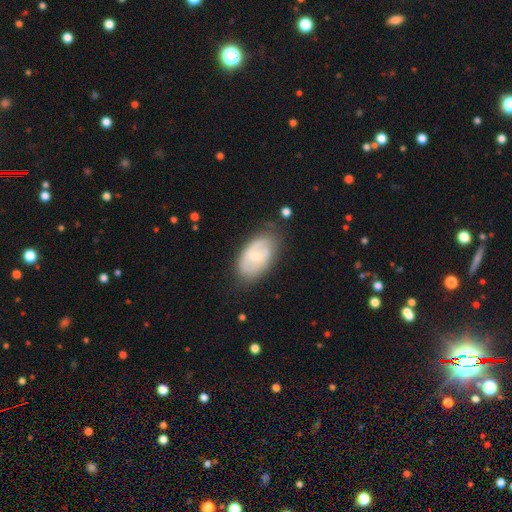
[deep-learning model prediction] A featured or disk galaxy (49%). Merging: none (65%).